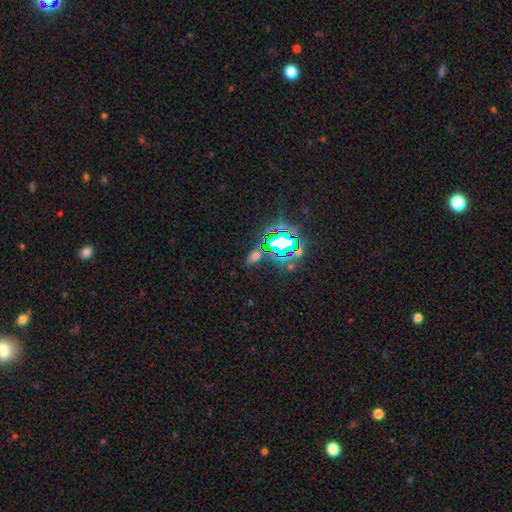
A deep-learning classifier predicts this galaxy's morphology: The model was most divided on "smooth or featured": star or artifact: 46%, smooth: 45%, featured or disk: 9%.